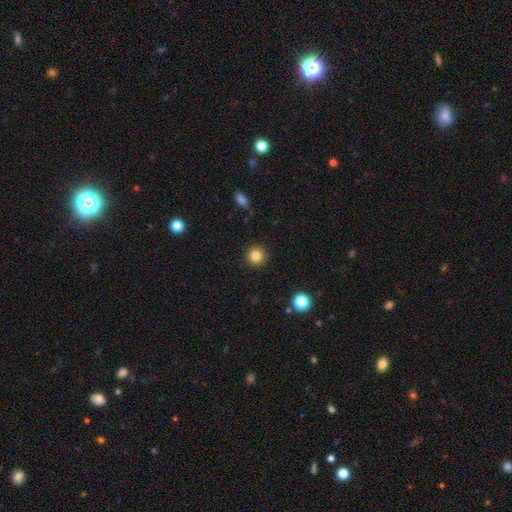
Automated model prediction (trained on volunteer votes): A smooth galaxy with no disk features (83%) that is round (94%).

Vote fractions:
- Smooth or featured? smooth: 83% / star or artifact: 11% / featured or disk: 6%
- How rounded? round: 94% / in between: 5% / cigar-shaped: 1%
- Merging? none: 91% / minor disturbance: 6% / major disturbance: 2% / merger: 1%